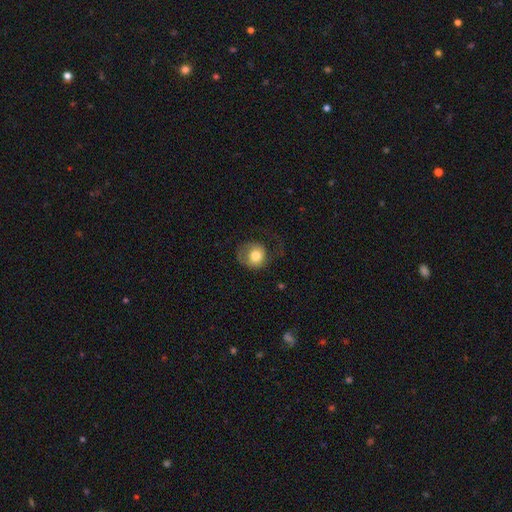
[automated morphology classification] Smooth or featured?
  - smooth: 68% *
  - featured or disk: 24%
  - star or artifact: 8%
How rounded?
  - round: 78% *
  - in between: 21%
  - cigar-shaped: 1%
Merging?
  - none: 41% *
  - major disturbance: 36%
  - minor disturbance: 22%
  - merger: 2%